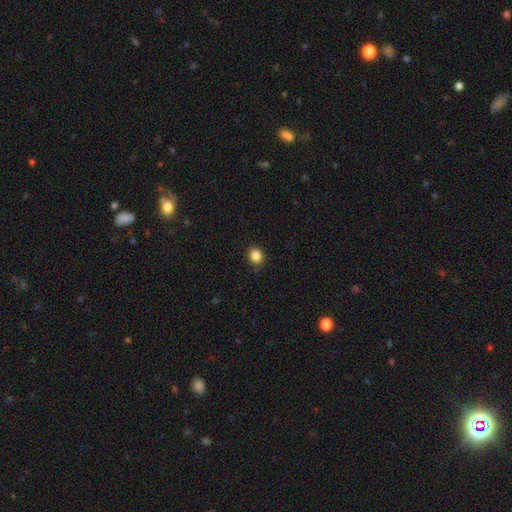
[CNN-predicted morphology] A smooth galaxy with no disk features (86%) that is round (59%).

Vote fractions:
- Smooth or featured? smooth: 86% / star or artifact: 11% / featured or disk: 4%
- How rounded? round: 59% / in between: 40% / cigar-shaped: 1%
- Merging? none: 87% / minor disturbance: 9% / major disturbance: 2% / merger: 1%